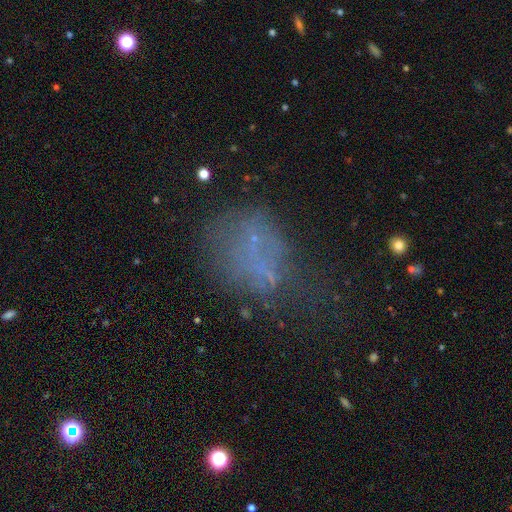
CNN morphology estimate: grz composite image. It shows a smooth galaxy with no disk features (44%). Merging: none (43%).